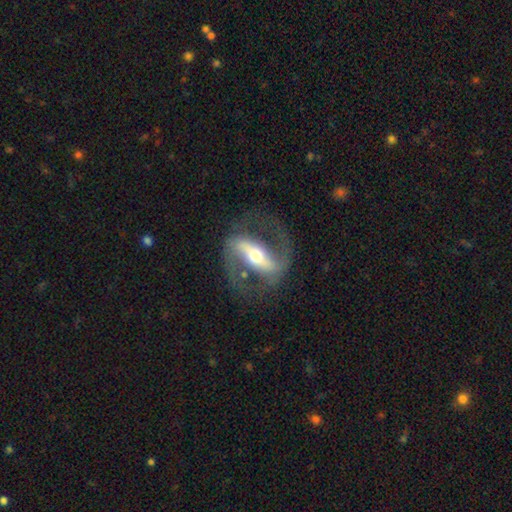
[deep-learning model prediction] Overall: featured or disk (87%). Edge-on disk: no (92%). Bar: strong (71%). Spiral arms: yes (91%). Spiral arm count: 2 (91%). Spiral winding: medium (53%; loose 32%). Bulge size: moderate (62%; small 26%). Merging: none (74%).